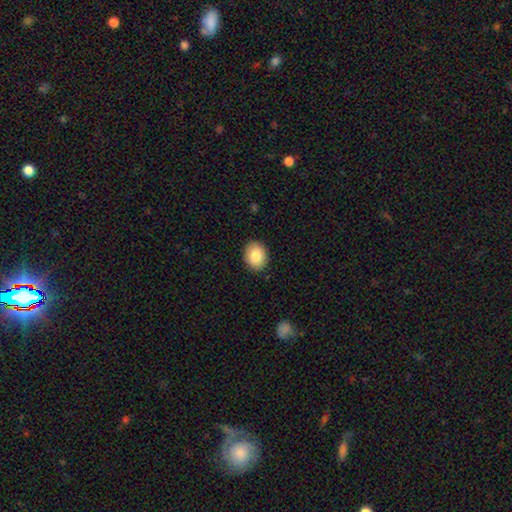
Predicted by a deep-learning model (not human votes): A smooth galaxy with no disk features (84%) that is in between round and cigar-shaped (50%).

Vote fractions:
- Smooth or featured? smooth: 84% / featured or disk: 9% / star or artifact: 8%
- How rounded? in between: 50% / round: 49% / cigar-shaped: 1%
- Merging? none: 89% / minor disturbance: 8% / major disturbance: 2% / merger: 1%